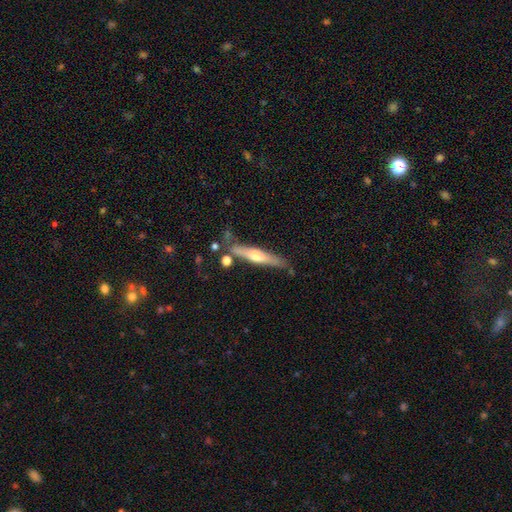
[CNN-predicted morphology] smooth_or_featured: featured or disk (p=0.62) [alt: smooth p=0.32]
disk_edge_on: yes (p=0.94) [alt: no p=0.06]
edge_on_bulge: rounded (p=0.85) [alt: none p=0.08]
merging: none (p=0.74) [alt: minor disturbance p=0.15]